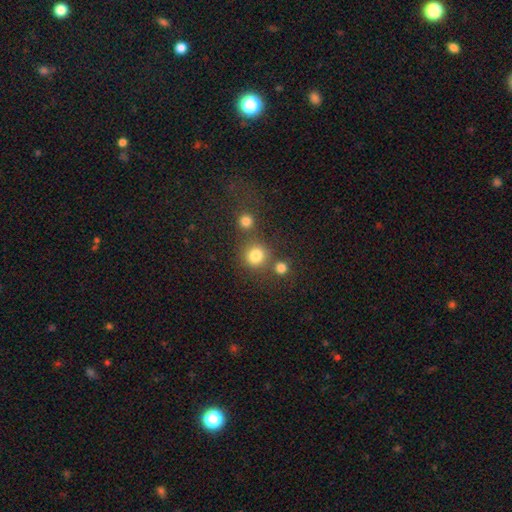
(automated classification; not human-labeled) smooth 80%, star or artifact 14%, featured or disk 6%. Down the decision tree: how rounded — round (89%); merging — none (69%).